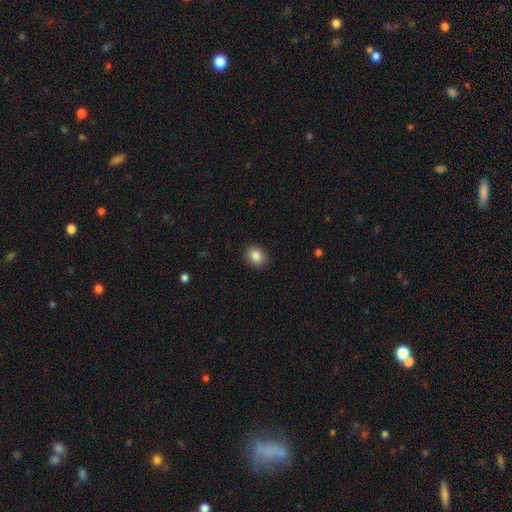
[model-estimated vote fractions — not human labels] smooth-or-featured: smooth: 86% | star or artifact: 9% | featured or disk: 5%
  how-rounded: round: 51% | in between: 48% | cigar-shaped: 1%
  merging: none: 90% | minor disturbance: 7% | major disturbance: 2% | merger: 1%